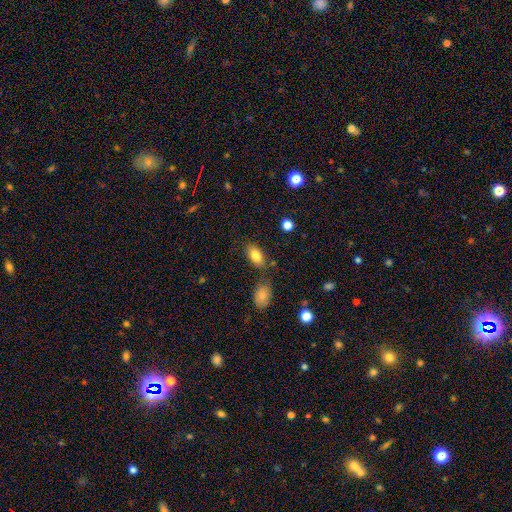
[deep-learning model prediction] Morphology: type=smooth (83%); roundness=in between (90%); merging=none (75%).